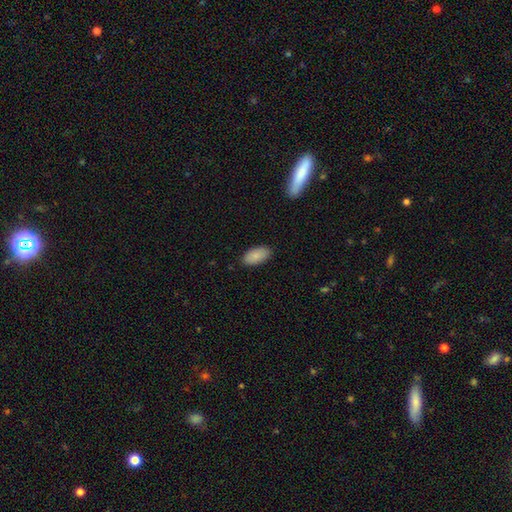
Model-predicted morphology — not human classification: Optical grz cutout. It shows a smooth galaxy with no disk features (87%) that is in between round and cigar-shaped (94%). Merging: none (87%).